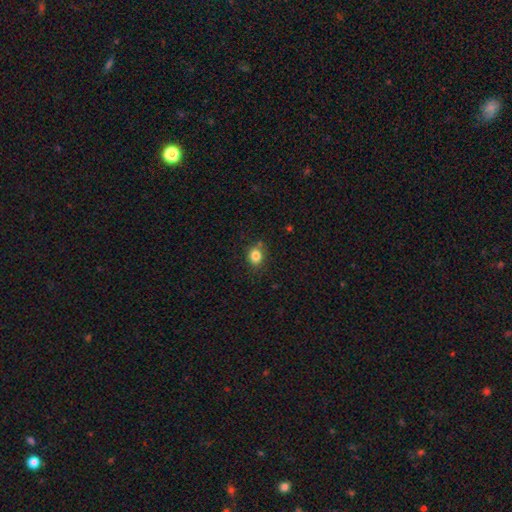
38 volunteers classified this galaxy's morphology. type=smooth (79%); roundness=round (77%); merging=none (72%).